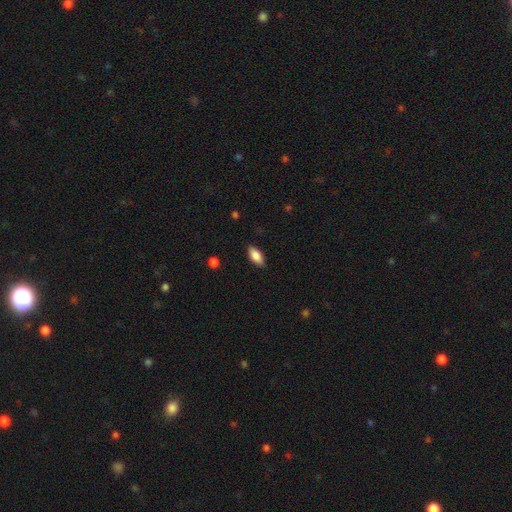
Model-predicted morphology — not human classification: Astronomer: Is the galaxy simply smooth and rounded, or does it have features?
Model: smooth — 86%.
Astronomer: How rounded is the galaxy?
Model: in between — 88%.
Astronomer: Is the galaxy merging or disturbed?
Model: none — 86%.